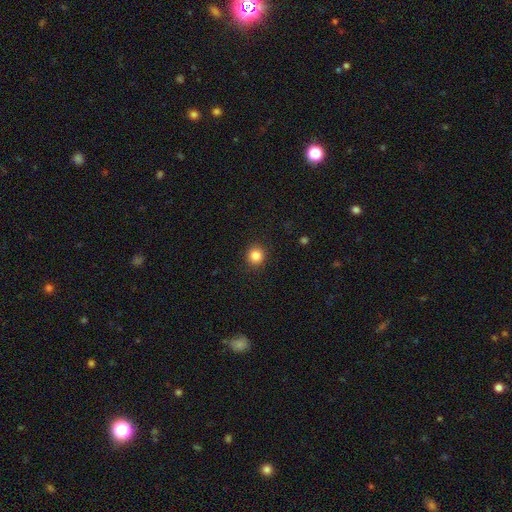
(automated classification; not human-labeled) The model was most divided on "smooth or featured": smooth: 84%, star or artifact: 11%, featured or disk: 5%. More confident: how rounded — round (92%); merging — none (92%).